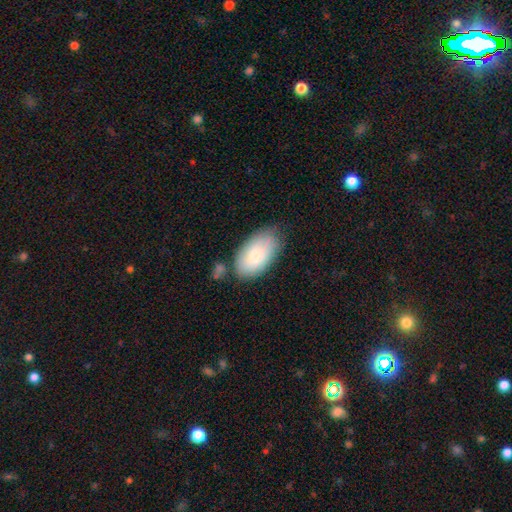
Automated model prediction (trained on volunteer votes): Smooth or featured? smooth (76%)
How rounded? in between (94%)
Merging? none (69%)